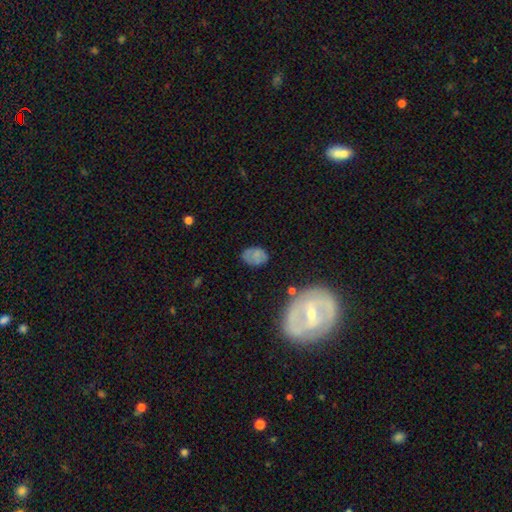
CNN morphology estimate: Smooth or featured? Predicted: smooth (p=0.70). How rounded? Predicted: in between (p=0.79). Merging? Predicted: none (p=0.67).